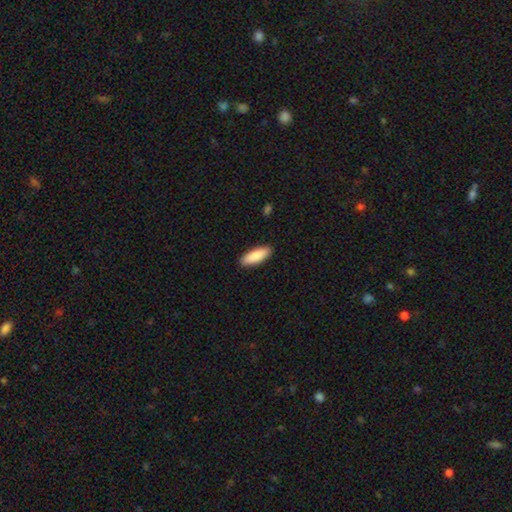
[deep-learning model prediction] The model was most divided on "how rounded": in between: 61%, cigar-shaped: 37%, round: 2%. More confident: merging — none (90%); smooth or featured — smooth (88%).